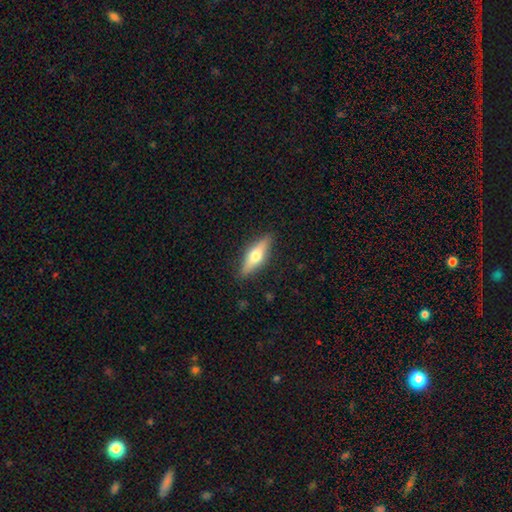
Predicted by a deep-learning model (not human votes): Morphology: type=smooth (49%); merging=none (87%).